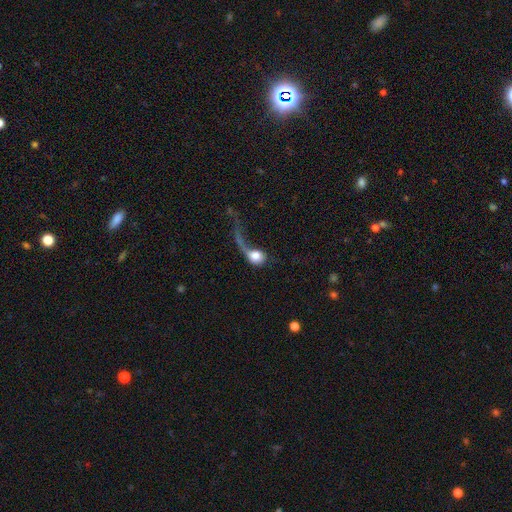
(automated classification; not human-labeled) smooth-or-featured: smooth: 60% | featured or disk: 32% | star or artifact: 8%
  how-rounded: round: 68% | in between: 28% | cigar-shaped: 3%
  merging: major disturbance: 60% | none: 17% | minor disturbance: 12% | merger: 11%